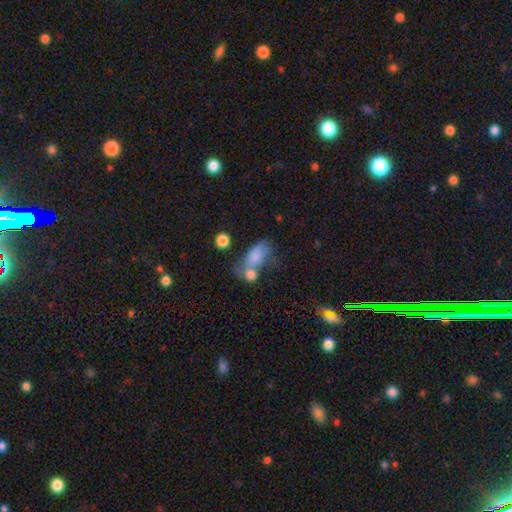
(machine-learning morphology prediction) Smooth or featured: smooth — 74% (featured or disk — 17%)
How rounded: in between — 83% (round — 10%)
Merging: merger — 45% (none — 23%)